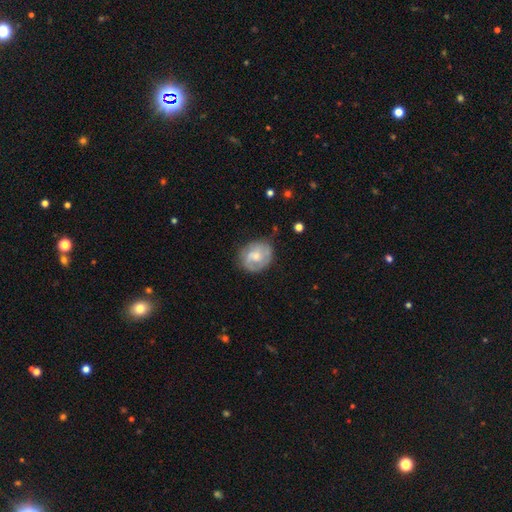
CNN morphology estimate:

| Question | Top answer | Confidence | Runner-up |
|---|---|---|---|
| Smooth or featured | featured or disk | 48% | smooth (46%) |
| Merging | none | 61% | minor disturbance (27%) |